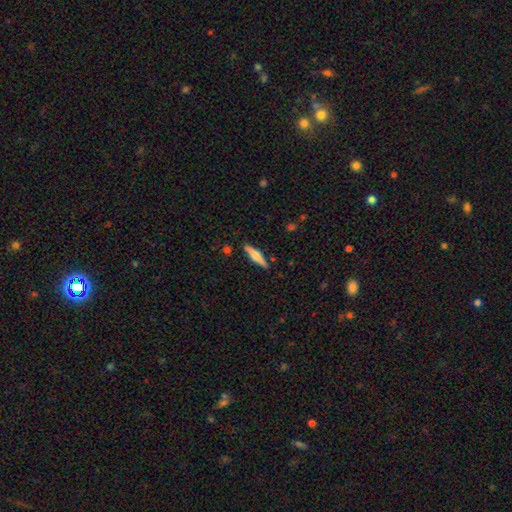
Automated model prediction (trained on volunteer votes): smooth-or-featured: featured or disk: 48% | smooth: 46% | star or artifact: 6%
  merging: none: 88% | minor disturbance: 8% | major disturbance: 2% | merger: 2%